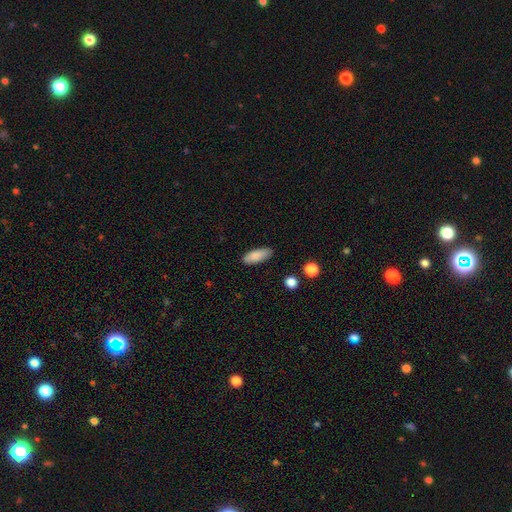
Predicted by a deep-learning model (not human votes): Q: Smooth or featured?
A: smooth (87%); runner-up: star or artifact (7%)
Q: How rounded?
A: in between (71%); runner-up: cigar-shaped (27%)
Q: Merging?
A: none (86%); runner-up: minor disturbance (10%)